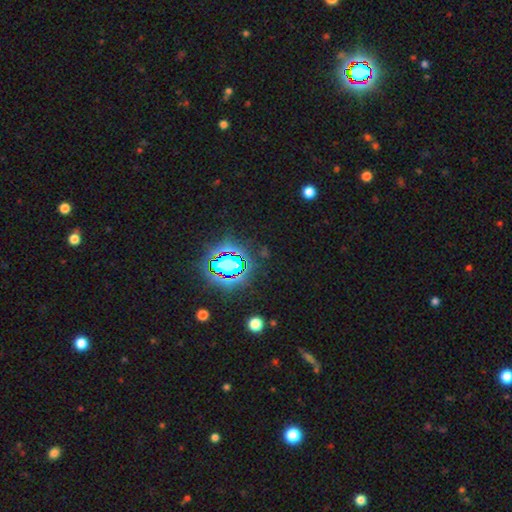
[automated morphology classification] smooth-or-featured: star or artifact: 79% | smooth: 13% | featured or disk: 8%